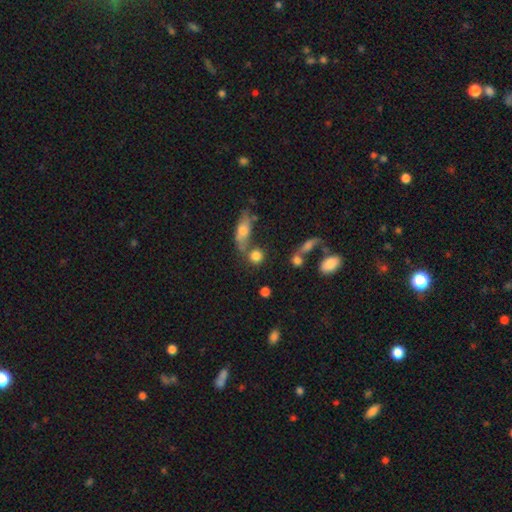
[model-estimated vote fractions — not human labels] Smooth or featured?
  - smooth: 79% *
  - star or artifact: 11%
  - featured or disk: 10%
How rounded?
  - round: 79% *
  - in between: 18%
  - cigar-shaped: 4%
Merging?
  - none: 52% *
  - merger: 30%
  - minor disturbance: 12%
  - major disturbance: 7%